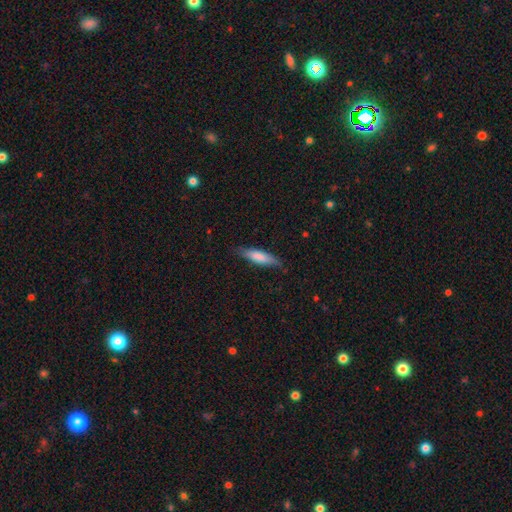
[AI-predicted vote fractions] This is possibly a smooth galaxy (58%). How rounded: likely cigar-shaped (79%). Merging: clearly none (83%).